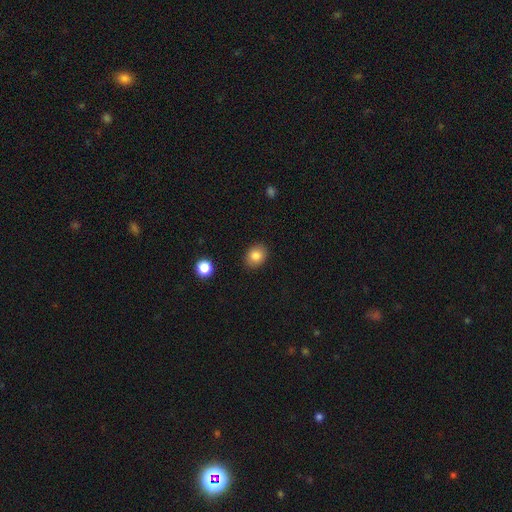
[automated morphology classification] This appears to be a smooth galaxy with no disk features (83%) that is round (53%). Merging: none (89%).